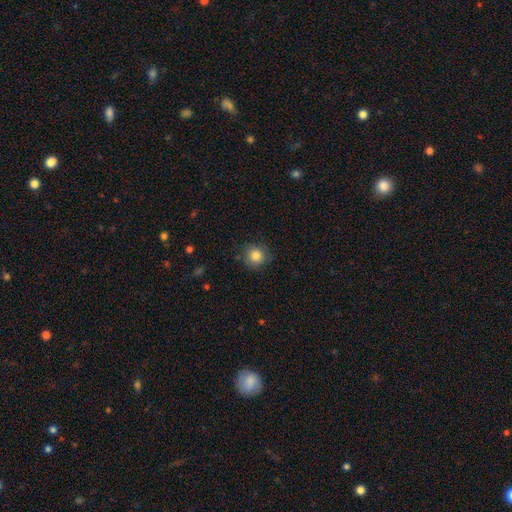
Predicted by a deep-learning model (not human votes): Smooth or featured? Predicted: smooth (p=0.82). How rounded? Predicted: round (p=0.90). Merging? Predicted: none (p=0.80).